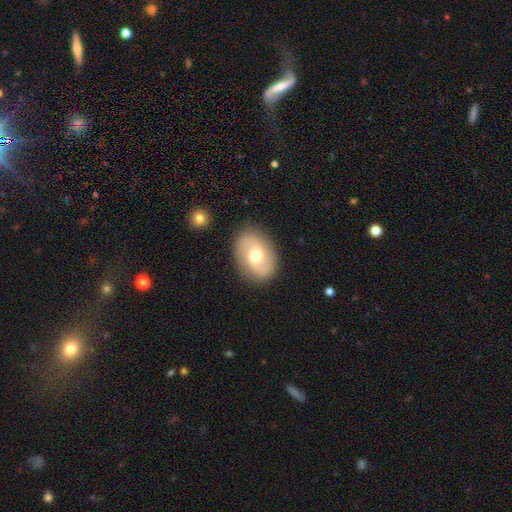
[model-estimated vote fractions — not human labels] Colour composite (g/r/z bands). It shows a featured or disk galaxy (53%) with no bar (51%), spiral arms (72%) and a moderate central bulge (73%). Merging: none (85%).